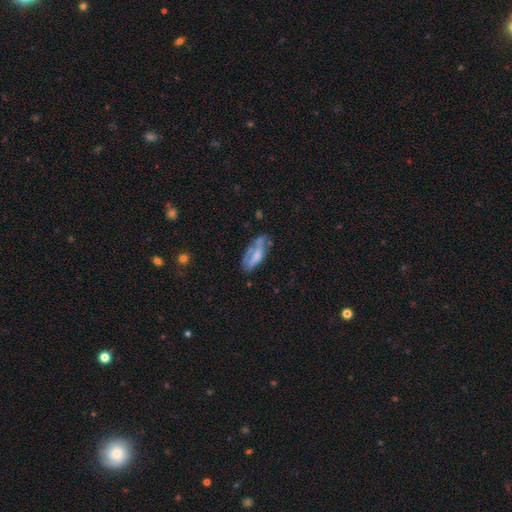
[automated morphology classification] Q: Smooth or featured?
A: smooth (52%); runner-up: featured or disk (40%)
Q: How rounded?
A: in between (74%); runner-up: cigar-shaped (24%)
Q: Merging?
A: none (41%); runner-up: minor disturbance (30%)